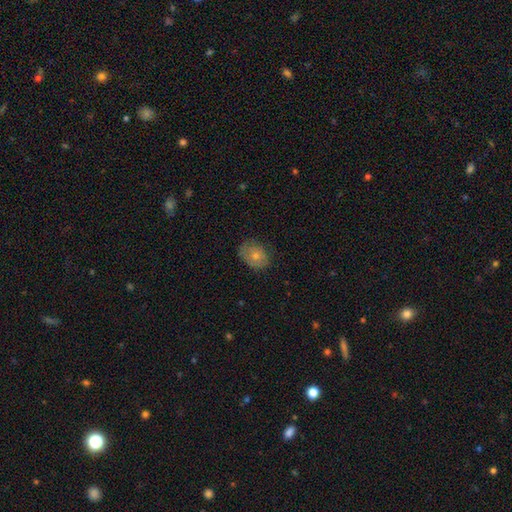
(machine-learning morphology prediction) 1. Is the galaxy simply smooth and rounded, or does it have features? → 72% smooth, 20% featured or disk, 8% star or artifact.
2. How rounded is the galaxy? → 58% in between, 41% round, 1% cigar-shaped.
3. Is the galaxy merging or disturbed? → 70% none, 23% minor disturbance, 6% major disturbance, 1% merger.